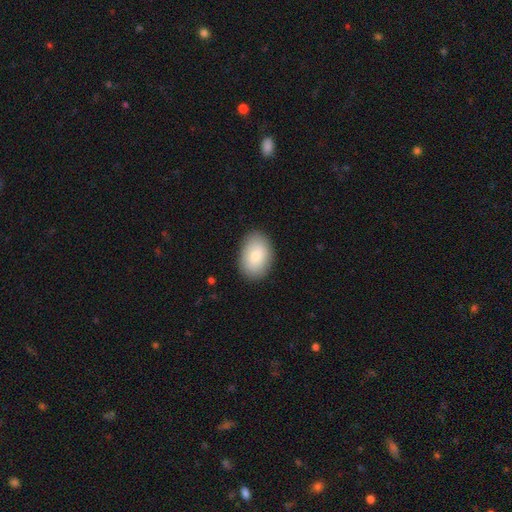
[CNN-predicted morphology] A smooth galaxy with no disk features (81%) that is in between round and cigar-shaped (86%).

Vote fractions:
- Smooth or featured? smooth: 81% / featured or disk: 13% / star or artifact: 7%
- How rounded? in between: 86% / round: 13% / cigar-shaped: 1%
- Merging? none: 87% / minor disturbance: 10% / major disturbance: 3% / merger: 1%